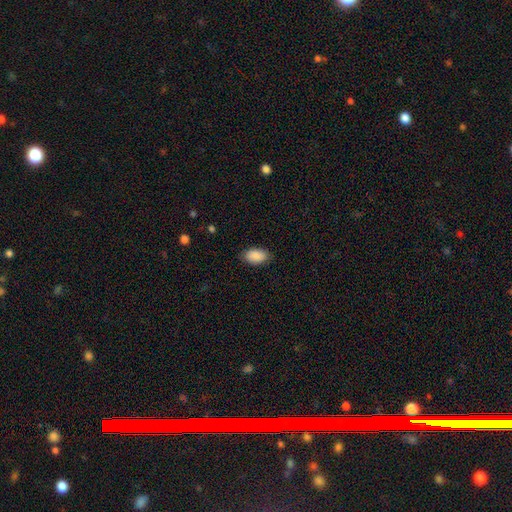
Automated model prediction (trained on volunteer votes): The model was most divided on "merging": none: 85%, minor disturbance: 11%, major disturbance: 3%, merger: 1%. More confident: how rounded — in between (94%); smooth or featured — smooth (90%).